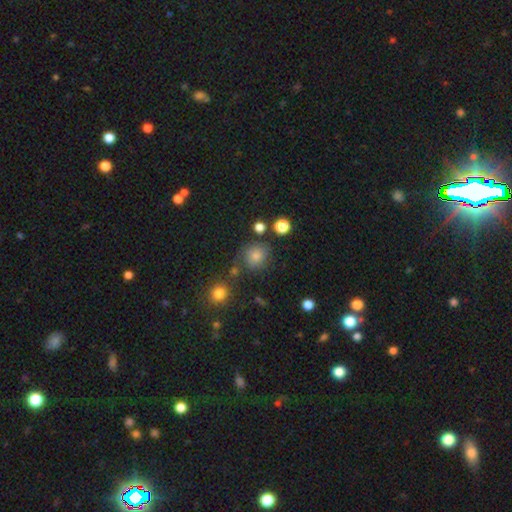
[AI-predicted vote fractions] Smooth or featured: smooth — 73% (star or artifact — 19%)
How rounded: round — 85% (in between — 14%)
Merging: none — 75% (minor disturbance — 14%)